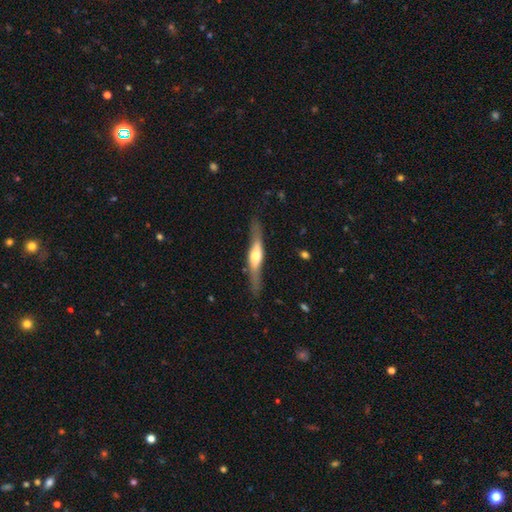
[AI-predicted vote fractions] A featured or disk galaxy (65%) viewed edge-on (92%) with a rounded central bulge (85%). Merging: none (81%).